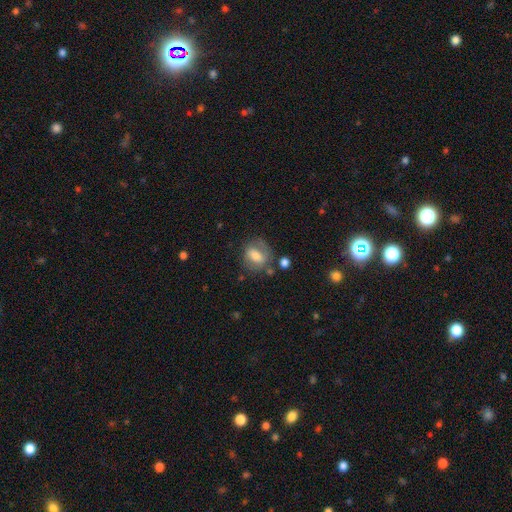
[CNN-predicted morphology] Q: Smooth or featured?
A: smooth (59%); runner-up: featured or disk (33%)
Q: How rounded?
A: in between (54%); runner-up: round (44%)
Q: Merging?
A: none (58%); runner-up: minor disturbance (23%)